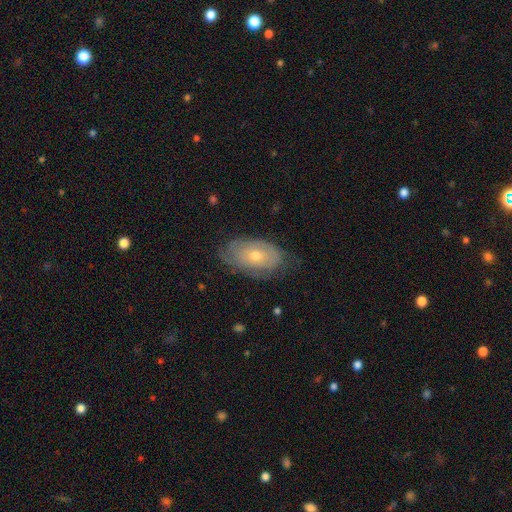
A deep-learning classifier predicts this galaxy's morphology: featured or disk 49%, smooth 43%, star or artifact 8%. Down the decision tree: merging — none (68%).